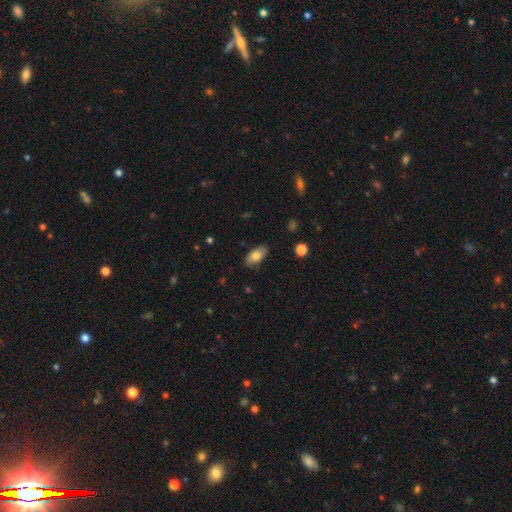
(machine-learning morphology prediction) Q: Smooth or featured?
A: smooth (79%); runner-up: featured or disk (14%)
Q: How rounded?
A: in between (92%); runner-up: cigar-shaped (4%)
Q: Merging?
A: none (85%); runner-up: minor disturbance (12%)